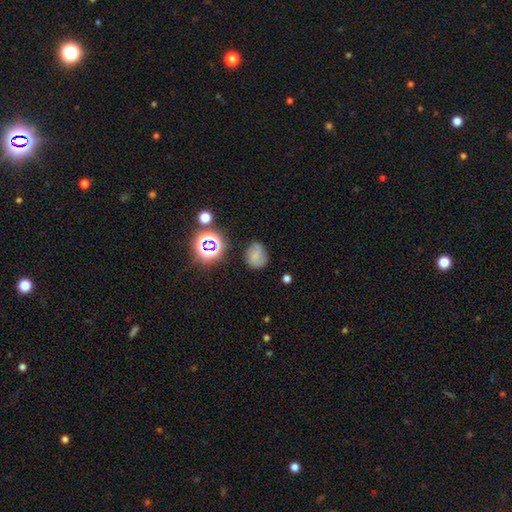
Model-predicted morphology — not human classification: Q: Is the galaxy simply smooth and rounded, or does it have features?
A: smooth — 64%.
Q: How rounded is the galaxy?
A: round — 68%.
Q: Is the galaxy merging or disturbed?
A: none — 70%.